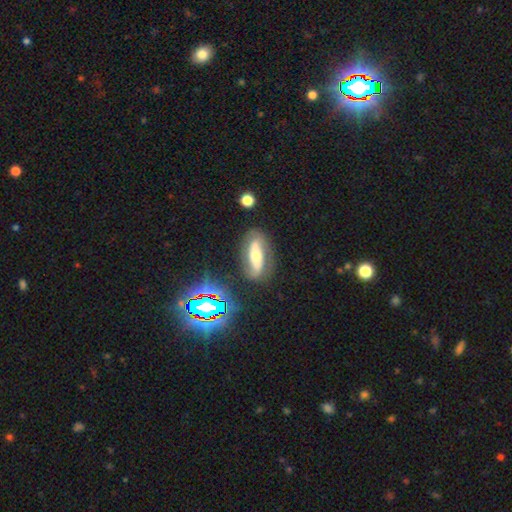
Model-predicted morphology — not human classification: Overall: featured or disk (57%; smooth 29%). Edge-on disk: no (70%; yes 30%). Merging: none (76%).